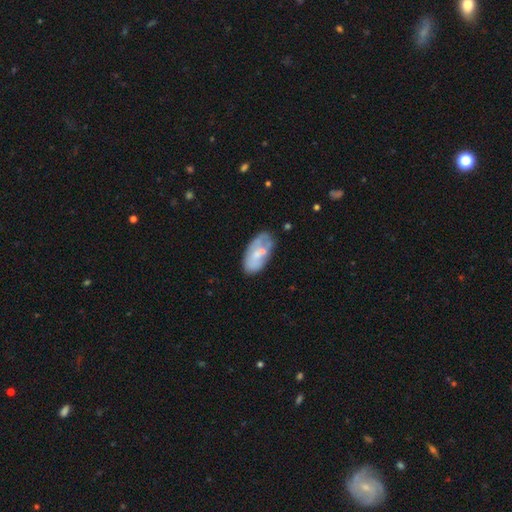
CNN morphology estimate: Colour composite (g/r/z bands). It shows a smooth galaxy with no disk features (54%) that is in between round and cigar-shaped (93%). Merging: none (56%).